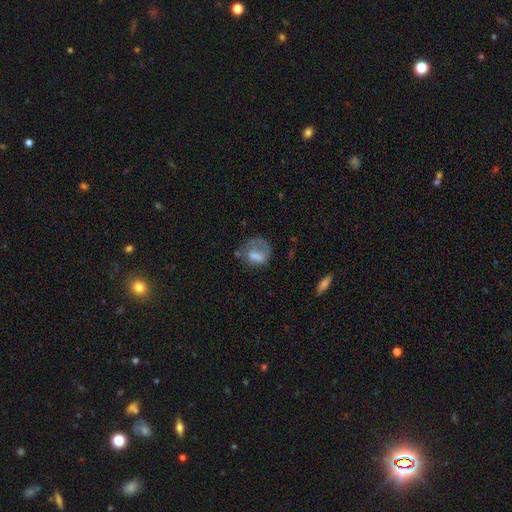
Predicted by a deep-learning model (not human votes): Morphology: type=smooth (61%); roundness=round (51%); merging=major disturbance (37%).